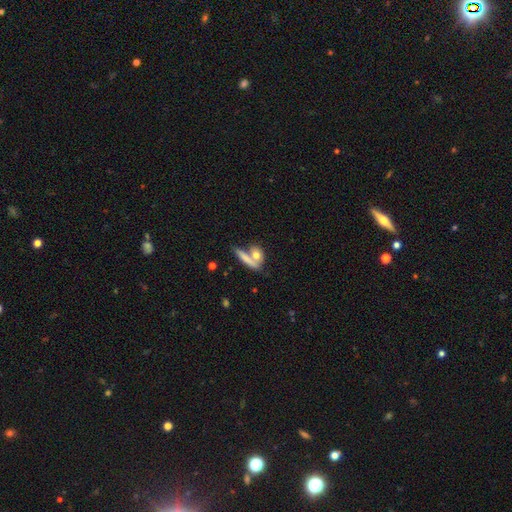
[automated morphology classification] Smooth or featured? smooth (72%)
How rounded? in between (44%)
Merging? merger (41%, tied with none)